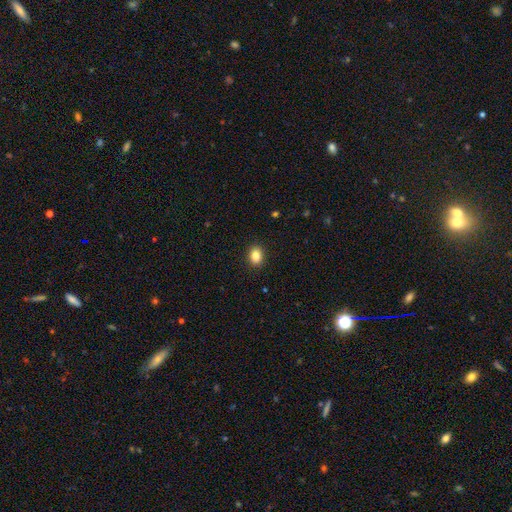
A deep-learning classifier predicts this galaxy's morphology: smooth-or-featured: smooth: 86% | star or artifact: 9% | featured or disk: 5%
  how-rounded: in between: 69% | round: 30% | cigar-shaped: 1%
  merging: none: 90% | minor disturbance: 7% | major disturbance: 2% | merger: 1%